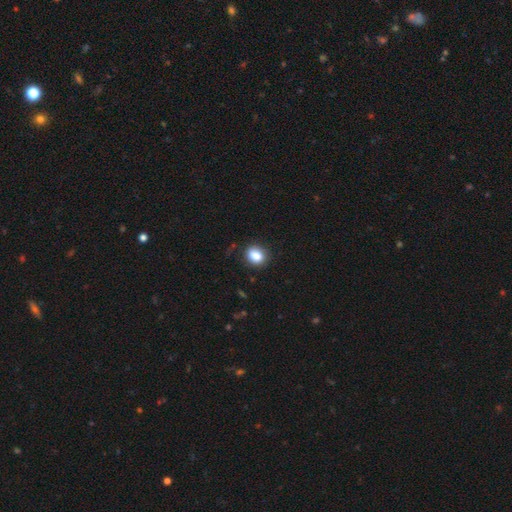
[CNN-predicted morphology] Smooth or featured? Predicted: smooth (p=0.85). How rounded? Predicted: round (p=0.52). Merging? Predicted: none (p=0.84).